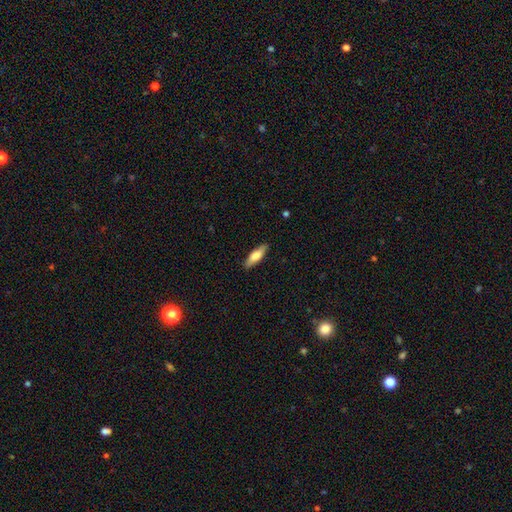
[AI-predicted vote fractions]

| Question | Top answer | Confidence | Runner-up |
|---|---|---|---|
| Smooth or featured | smooth | 67% | featured or disk (27%) |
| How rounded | cigar-shaped | 51% | in between (47%) |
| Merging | none | 87% | minor disturbance (9%) |